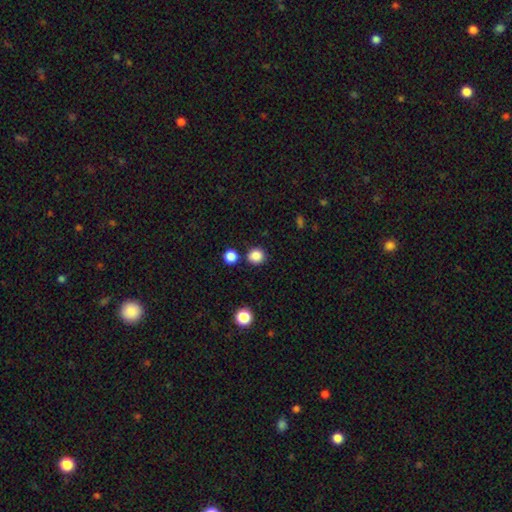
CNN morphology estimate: smooth-or-featured: smooth: 86% | star or artifact: 11% | featured or disk: 3%
  how-rounded: round: 89% | in between: 10% | cigar-shaped: 1%
  merging: none: 83% | minor disturbance: 8% | merger: 7% | major disturbance: 3%